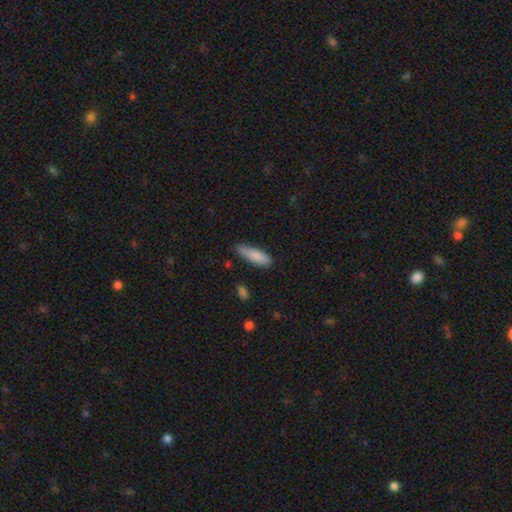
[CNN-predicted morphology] Smooth or featured? smooth (84%)
How rounded? cigar-shaped (55%)
Merging? none (73%)